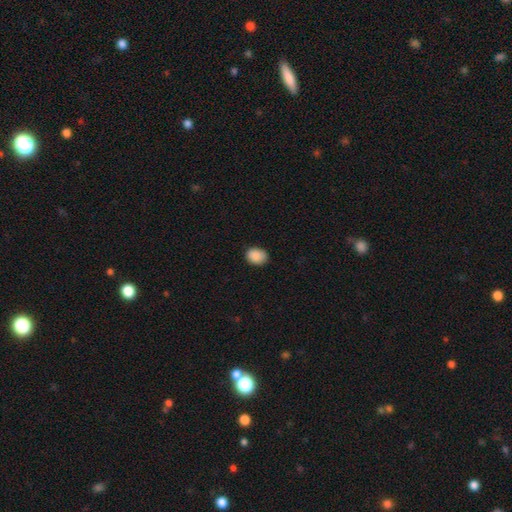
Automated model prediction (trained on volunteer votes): This is clearly a smooth galaxy (89%). How rounded: likely in between (63%). Merging: clearly none (85%).